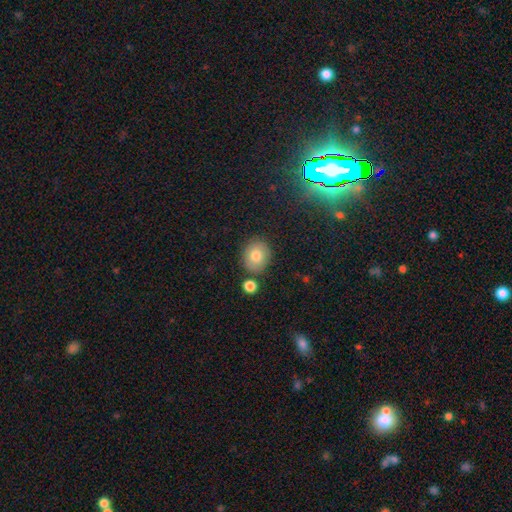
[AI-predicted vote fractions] smooth_or_featured: smooth (p=0.78) [alt: featured or disk p=0.13]
how_rounded: round (p=0.62) [alt: in between p=0.37]
merging: none (p=0.78) [alt: minor disturbance p=0.12]